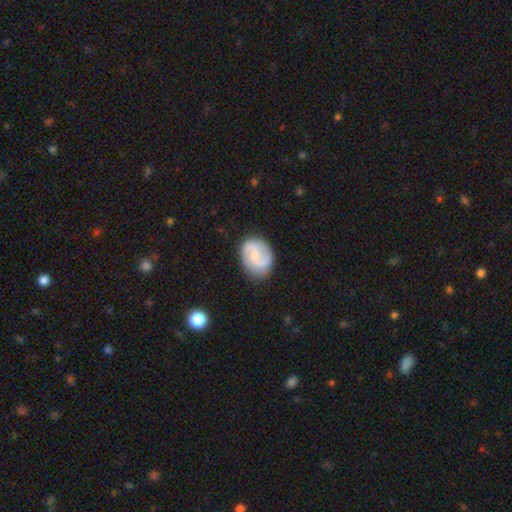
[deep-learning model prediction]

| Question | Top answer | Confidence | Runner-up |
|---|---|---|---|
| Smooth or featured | featured or disk | 73% | smooth (22%) |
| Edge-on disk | no | 98% | yes (2%) |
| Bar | weak | 48% | no (42%) |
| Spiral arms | yes | 94% | no (6%) |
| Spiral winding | medium | 48% | loose (32%) |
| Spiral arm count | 2 | 90% | can't tell (5%) |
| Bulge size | small | 56% | moderate (23%) |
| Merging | none | 81% | minor disturbance (14%) |